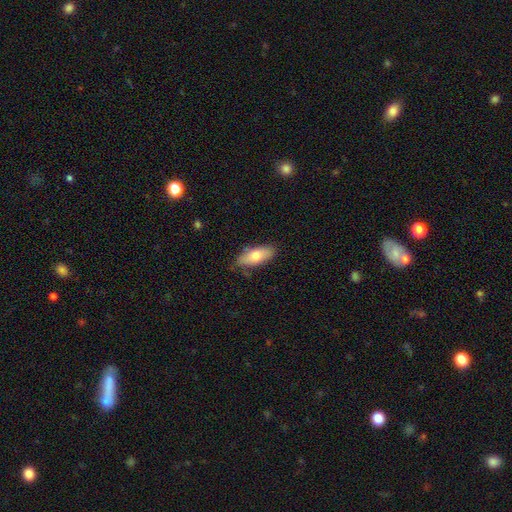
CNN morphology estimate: Smooth or featured? Predicted: smooth (p=0.73). How rounded? Predicted: in between (p=0.80). Merging? Predicted: none (p=0.78).